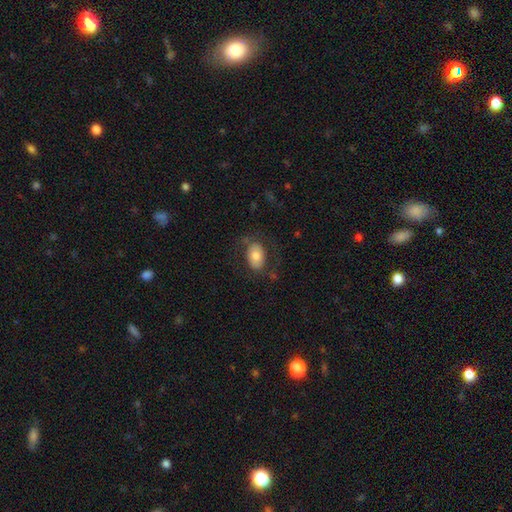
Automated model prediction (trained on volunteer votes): Morphology: type=smooth (74%); roundness=in between (85%); merging=none (70%).